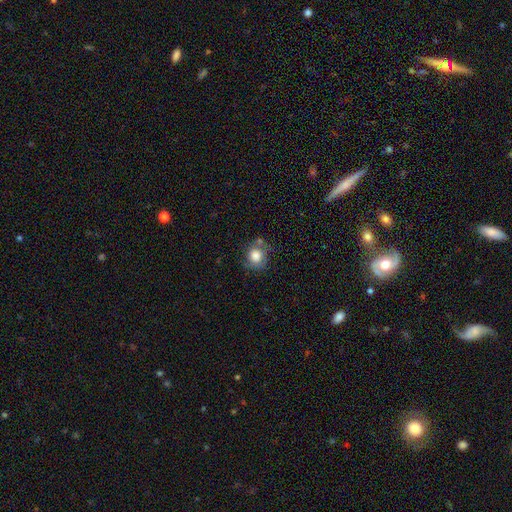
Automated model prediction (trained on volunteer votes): smooth-or-featured: smooth: 76% | featured or disk: 15% | star or artifact: 9%
  how-rounded: round: 80% | in between: 19% | cigar-shaped: 1%
  merging: none: 59% | minor disturbance: 23% | major disturbance: 9% | merger: 9%